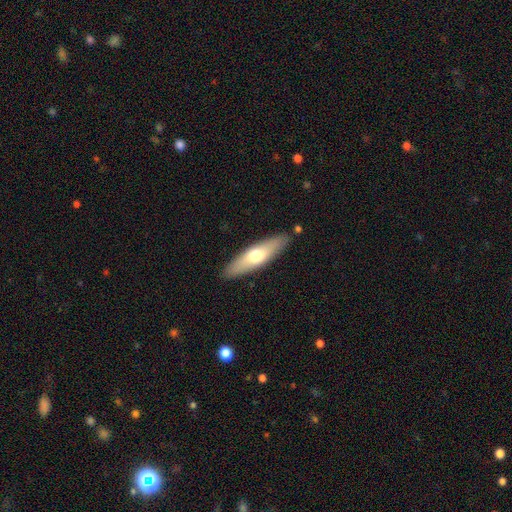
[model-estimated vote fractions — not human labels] A smooth galaxy with no disk features (58%) that is cigar-shaped (66%). Merging: none (88%).